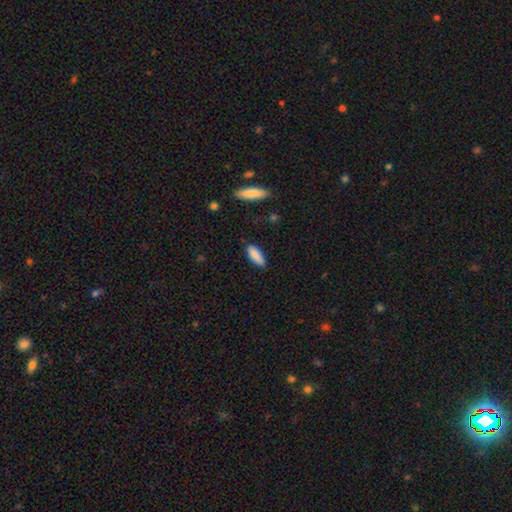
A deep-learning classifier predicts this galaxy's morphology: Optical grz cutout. It shows a smooth galaxy with no disk features (88%) that is in between round and cigar-shaped (65%). Merging: none (82%).